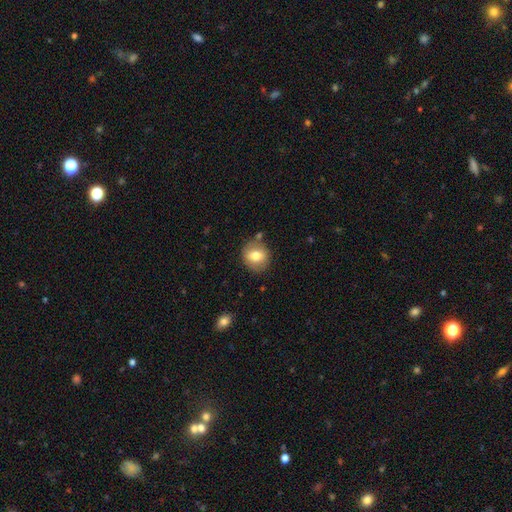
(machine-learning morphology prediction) Smooth or featured: smooth — 71% (featured or disk — 21%)
How rounded: round — 76% (in between — 23%)
Merging: none — 79% (minor disturbance — 14%)